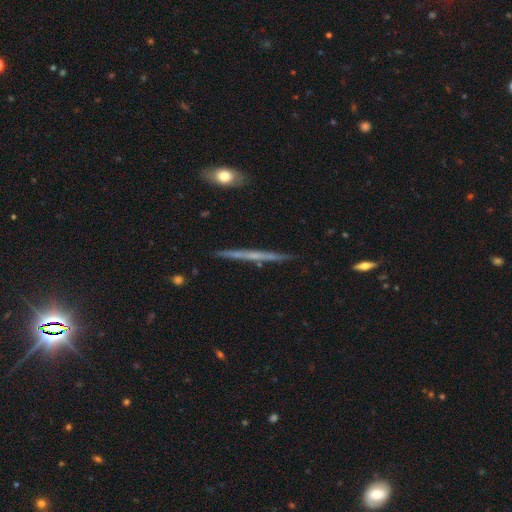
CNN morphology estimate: This is possibly a featured or disk galaxy (58%). It is clearly viewed edge-on (97%). Edge-on bulge: clearly none (83%). Merging: clearly none (89%).